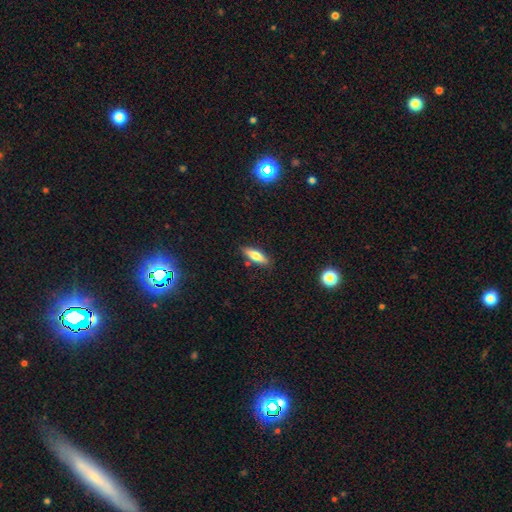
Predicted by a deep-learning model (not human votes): Smooth or featured? Predicted: smooth (p=0.67). How rounded? Predicted: cigar-shaped (p=0.55). Merging? Predicted: none (p=0.83).